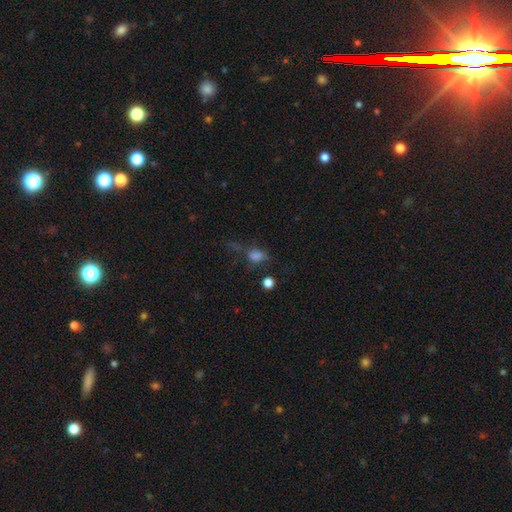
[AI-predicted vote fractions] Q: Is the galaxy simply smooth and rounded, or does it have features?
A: smooth — 62%.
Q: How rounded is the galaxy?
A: in between — 58%.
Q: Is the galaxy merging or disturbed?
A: none — 36%.